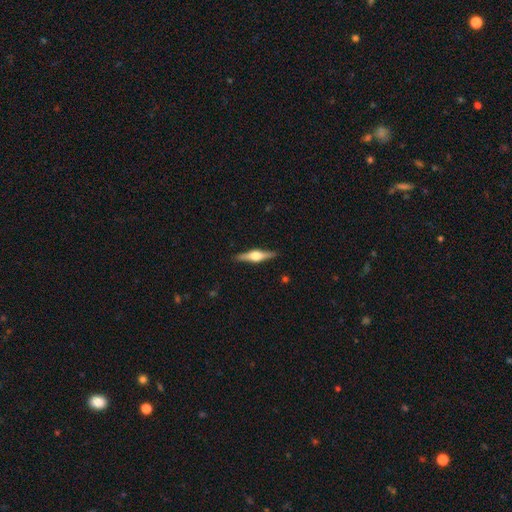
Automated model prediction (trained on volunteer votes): smooth_or_featured: featured or disk (p=0.73) [alt: smooth p=0.21]
disk_edge_on: yes (p=0.98) [alt: no p=0.02]
edge_on_bulge: rounded (p=0.94) [alt: boxy p=0.05]
merging: none (p=0.90) [alt: minor disturbance p=0.07]